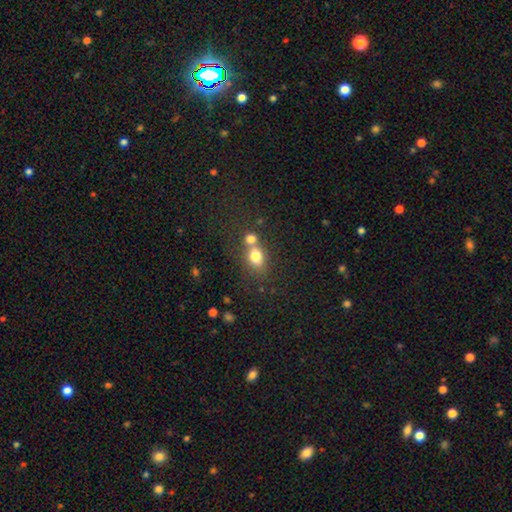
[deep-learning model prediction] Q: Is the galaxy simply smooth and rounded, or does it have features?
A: smooth — 76%.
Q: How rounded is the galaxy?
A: in between — 57%.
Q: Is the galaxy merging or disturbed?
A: merger — 50%.